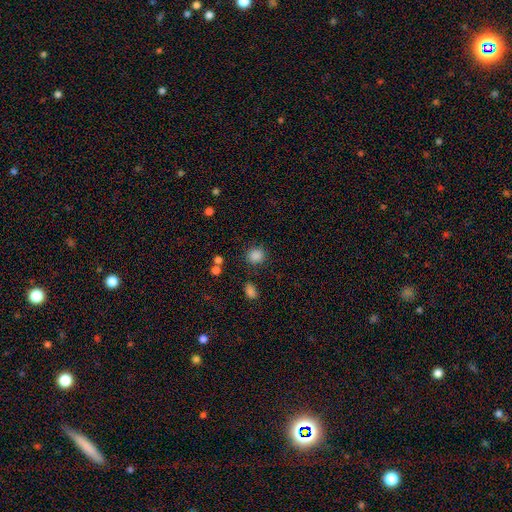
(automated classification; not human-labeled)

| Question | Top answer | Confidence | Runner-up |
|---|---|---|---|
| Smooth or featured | smooth | 85% | star or artifact (11%) |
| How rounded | round | 86% | in between (13%) |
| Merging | none | 83% | minor disturbance (10%) |